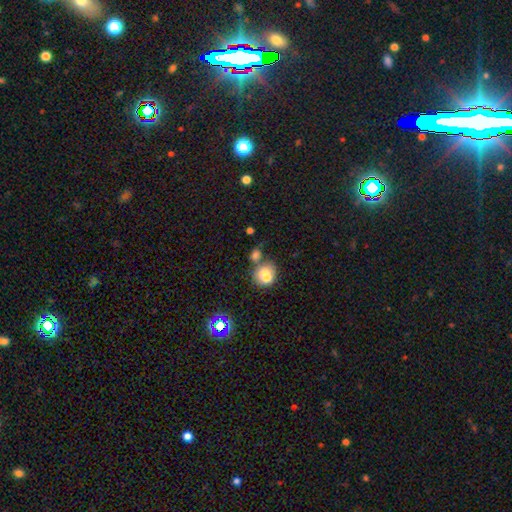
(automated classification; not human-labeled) smooth 70%, star or artifact 16%, featured or disk 13%. Down the decision tree: how rounded — round (56%); merging — none (47%).